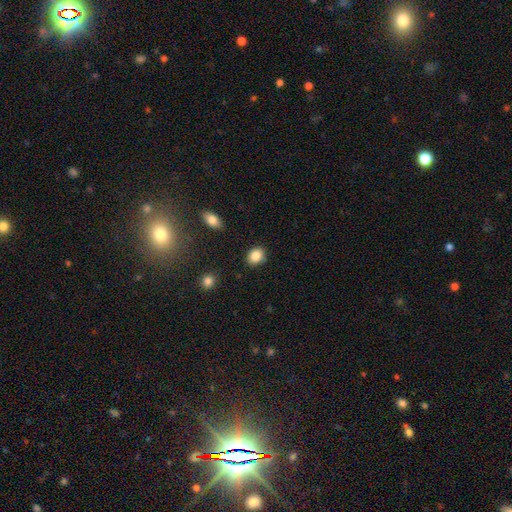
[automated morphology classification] Q: Smooth or featured?
A: smooth (87%); runner-up: star or artifact (9%)
Q: How rounded?
A: in between (54%); runner-up: round (45%)
Q: Merging?
A: none (86%); runner-up: minor disturbance (10%)